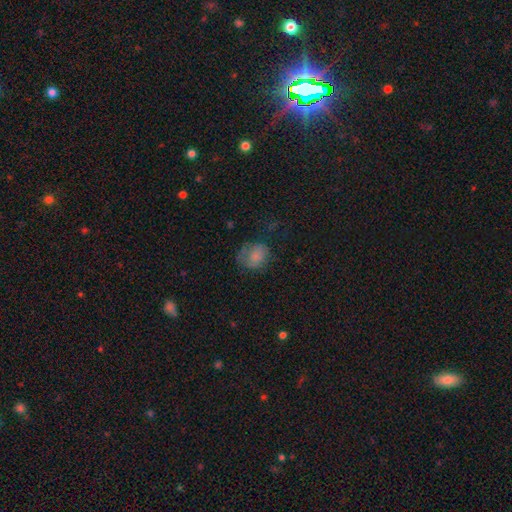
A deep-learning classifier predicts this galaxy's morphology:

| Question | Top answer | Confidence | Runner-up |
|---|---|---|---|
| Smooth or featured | smooth | 71% | featured or disk (17%) |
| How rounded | round | 52% | in between (47%) |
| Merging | none | 45% | minor disturbance (28%) |